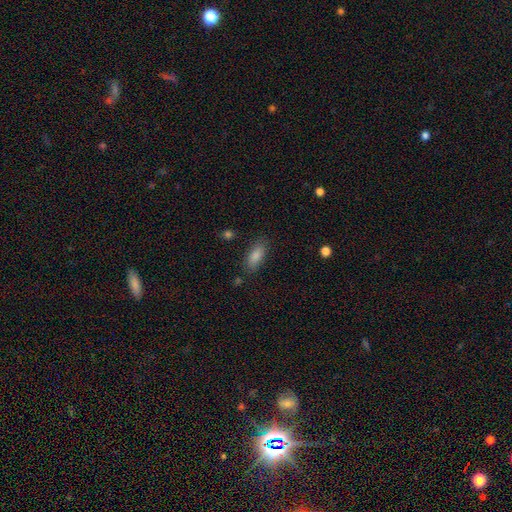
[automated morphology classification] smooth_or_featured: smooth (p=0.86) [alt: star or artifact p=0.08]
how_rounded: in between (p=0.82) [alt: cigar-shaped p=0.16]
merging: none (p=0.82) [alt: minor disturbance p=0.12]